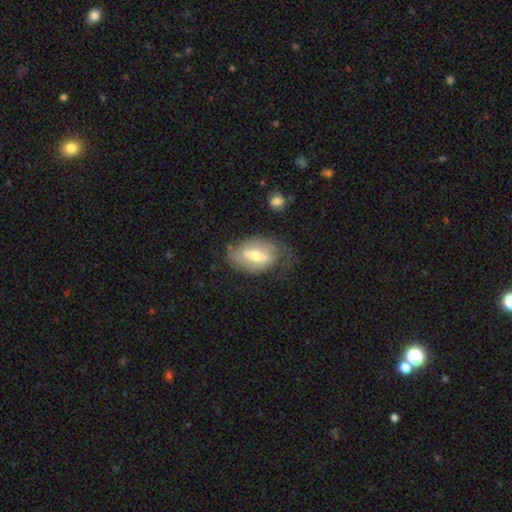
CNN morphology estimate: Overall: featured or disk (69%). Edge-on disk: no (94%). Bar: weak (45%; strong 39%). Spiral arms: yes (76%). Bulge size: moderate (69%). Merging: none (54%; minor disturbance 27%).